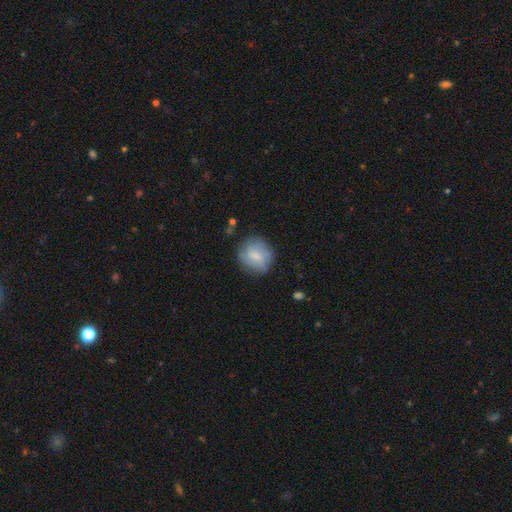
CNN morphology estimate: Smooth or featured: smooth — 71% (featured or disk — 22%)
How rounded: round — 79% (in between — 20%)
Merging: none — 74% (minor disturbance — 18%)